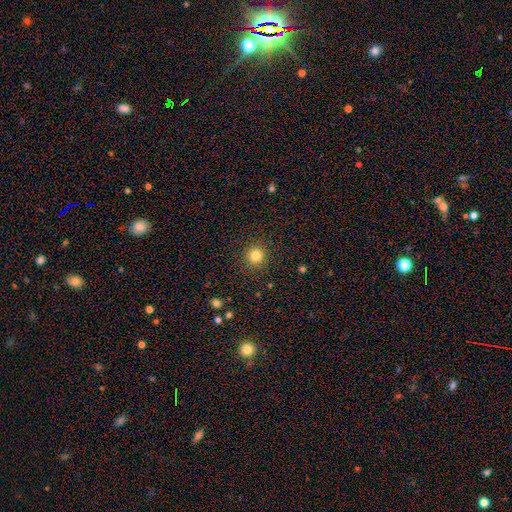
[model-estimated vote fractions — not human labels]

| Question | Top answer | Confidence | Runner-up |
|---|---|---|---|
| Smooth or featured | smooth | 81% | star or artifact (13%) |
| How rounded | round | 95% | in between (4%) |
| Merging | none | 91% | minor disturbance (6%) |